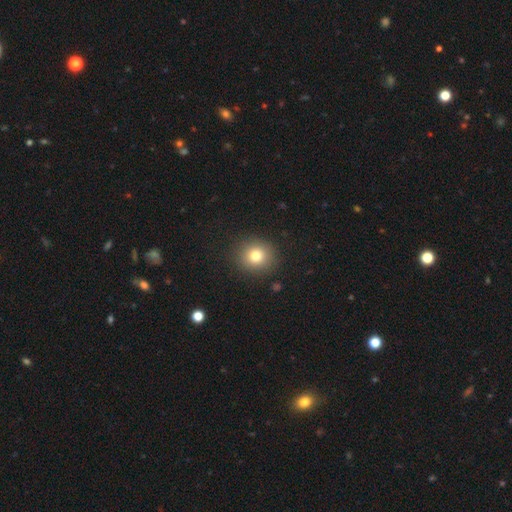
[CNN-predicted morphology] Q: Smooth or featured?
A: smooth (79%); runner-up: star or artifact (12%)
Q: How rounded?
A: round (84%); runner-up: in between (15%)
Q: Merging?
A: none (89%); runner-up: minor disturbance (7%)